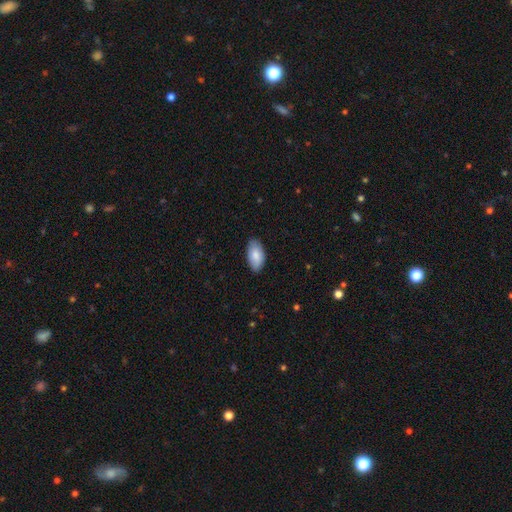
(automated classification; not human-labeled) Q: Smooth or featured?
A: smooth (83%); runner-up: featured or disk (11%)
Q: How rounded?
A: in between (95%); runner-up: round (2%)
Q: Merging?
A: none (83%); runner-up: minor disturbance (14%)